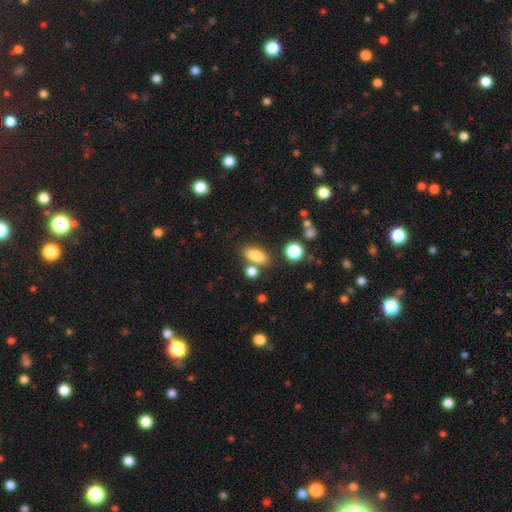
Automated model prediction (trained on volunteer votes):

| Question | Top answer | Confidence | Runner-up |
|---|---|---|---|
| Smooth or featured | smooth | 82% | star or artifact (10%) |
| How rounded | in between | 80% | cigar-shaped (11%) |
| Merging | none | 70% | merger (15%) |